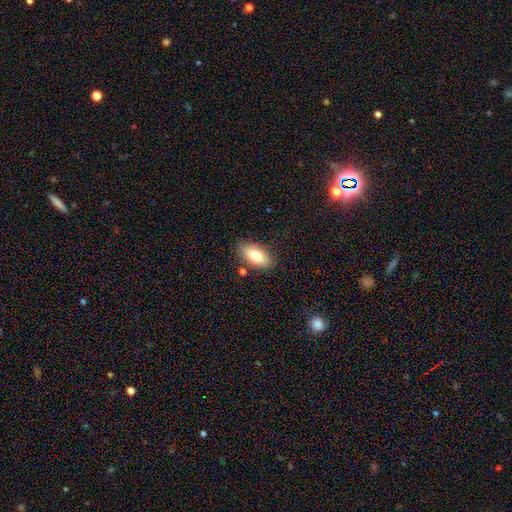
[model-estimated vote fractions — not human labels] Smooth or featured?
  - smooth: 78% *
  - featured or disk: 15%
  - star or artifact: 7%
How rounded?
  - in between: 90% *
  - cigar-shaped: 6%
  - round: 4%
Merging?
  - none: 81% *
  - minor disturbance: 12%
  - merger: 4%
  - major disturbance: 3%